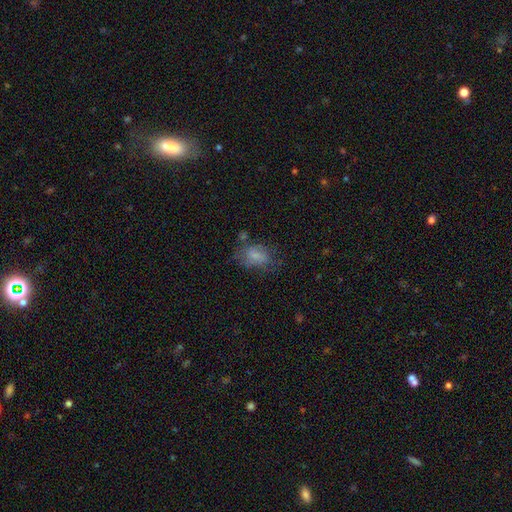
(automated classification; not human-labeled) Morphology: type=smooth (70%); roundness=in between (75%); merging=none (51%).